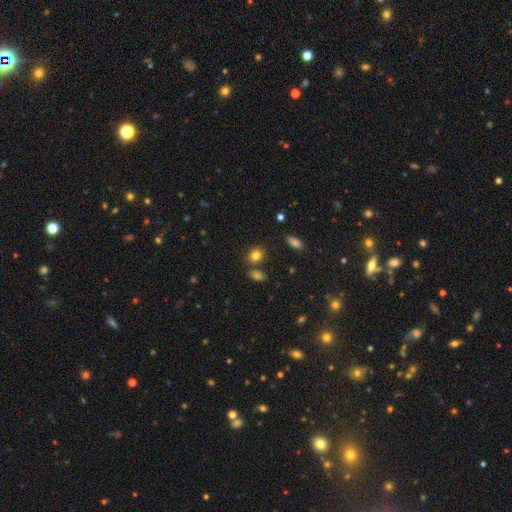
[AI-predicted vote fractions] A smooth galaxy with no disk features (82%) that is round (55%). Merging: none (76%).